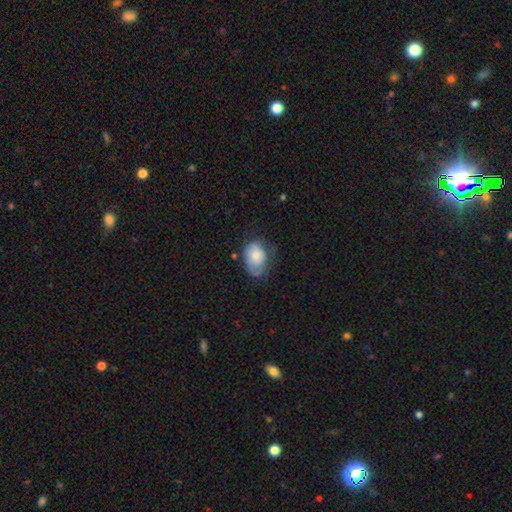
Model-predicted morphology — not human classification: This appears to be a smooth galaxy with no disk features (70%) that is in between round and cigar-shaped (80%). Merging: none (45%).